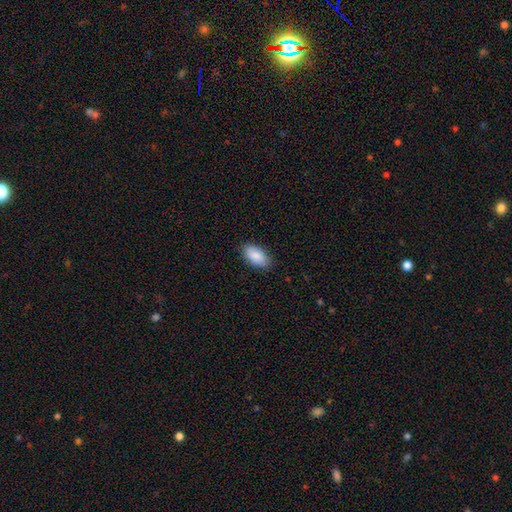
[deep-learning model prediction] The model was most divided on "merging": none: 86%, minor disturbance: 10%, major disturbance: 2%, merger: 1%. More confident: how rounded — in between (94%); smooth or featured — smooth (89%).